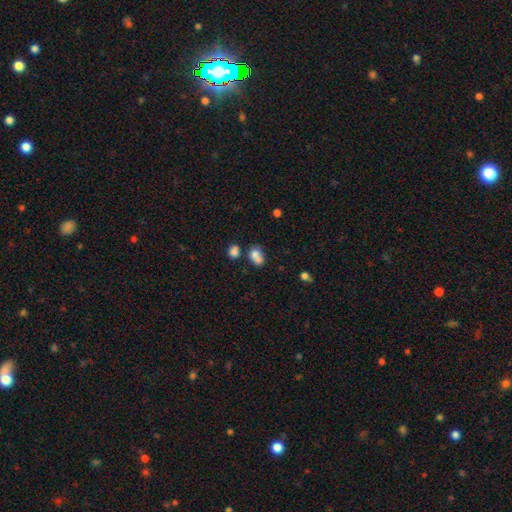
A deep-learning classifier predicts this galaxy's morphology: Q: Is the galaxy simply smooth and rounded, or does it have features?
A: smooth — 76%.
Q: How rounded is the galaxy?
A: in between — 59%.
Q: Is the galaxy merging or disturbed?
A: merger — 48%.